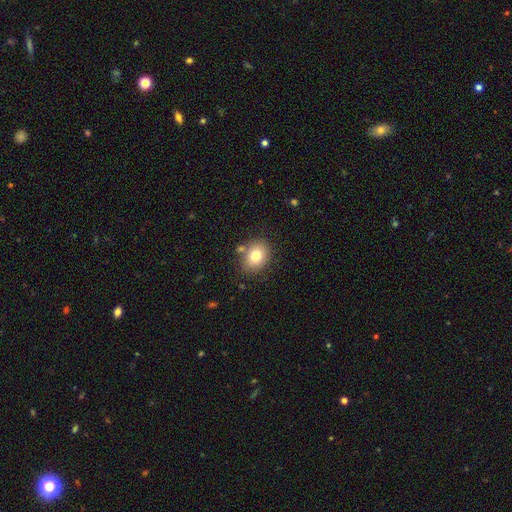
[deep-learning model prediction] Q: Smooth or featured?
A: smooth (78%); runner-up: featured or disk (12%)
Q: How rounded?
A: in between (50%); runner-up: round (49%)
Q: Merging?
A: none (78%); runner-up: minor disturbance (12%)